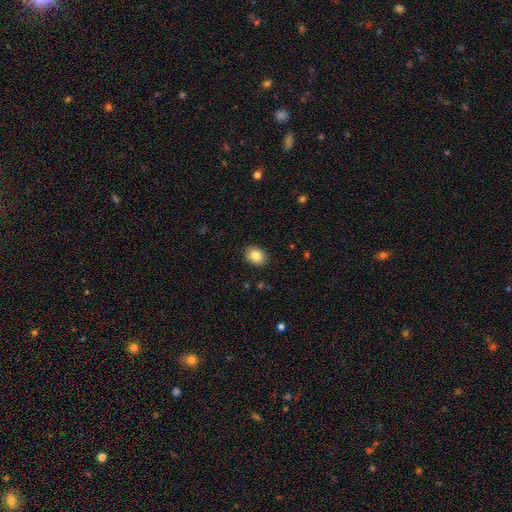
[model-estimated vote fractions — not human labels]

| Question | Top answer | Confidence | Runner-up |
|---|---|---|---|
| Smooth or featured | smooth | 85% | star or artifact (9%) |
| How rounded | in between | 61% | round (39%) |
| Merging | none | 89% | minor disturbance (8%) |